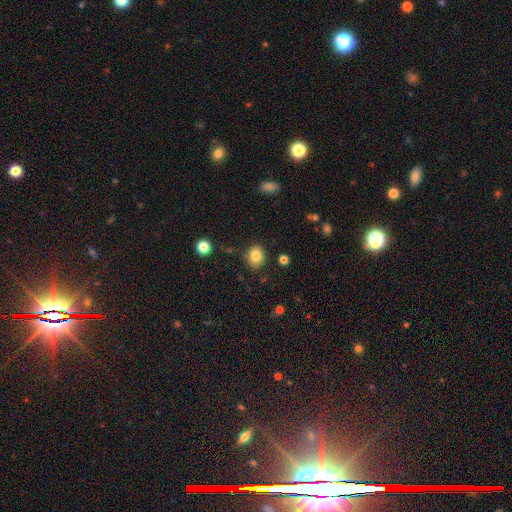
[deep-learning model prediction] smooth-or-featured: smooth: 83% | star or artifact: 10% | featured or disk: 7%
  how-rounded: round: 64% | in between: 35% | cigar-shaped: 1%
  merging: none: 84% | minor disturbance: 10% | major disturbance: 3% | merger: 2%